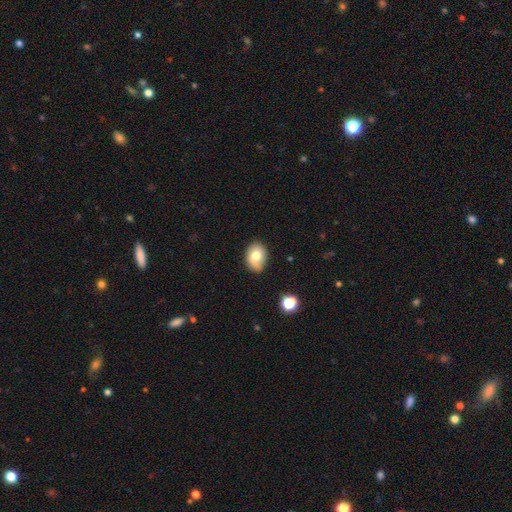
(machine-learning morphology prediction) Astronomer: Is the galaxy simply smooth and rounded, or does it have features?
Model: smooth — 76%.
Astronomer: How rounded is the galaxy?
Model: in between — 75%.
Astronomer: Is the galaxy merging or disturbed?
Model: none — 69%.